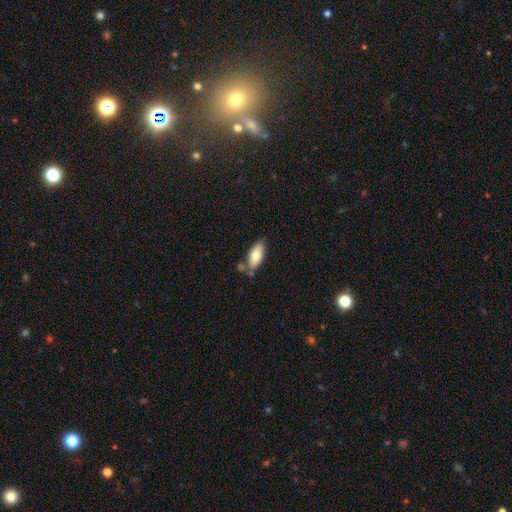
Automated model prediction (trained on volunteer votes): Smooth or featured? Predicted: smooth (p=0.76). How rounded? Predicted: in between (p=0.85). Merging? Predicted: none (p=0.57).